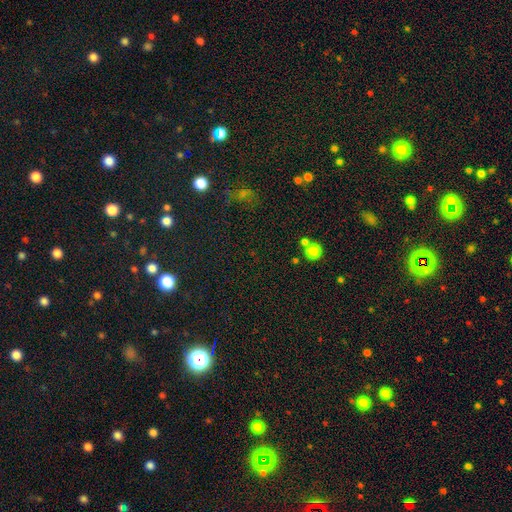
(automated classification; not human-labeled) star or artifact 68%, smooth 24%, featured or disk 8%.